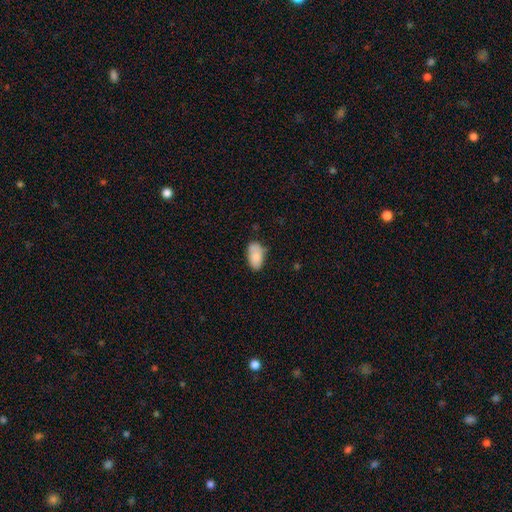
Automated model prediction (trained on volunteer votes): Overall: smooth (82%). How rounded: in between (93%). Merging: none (64%; minor disturbance 26%).